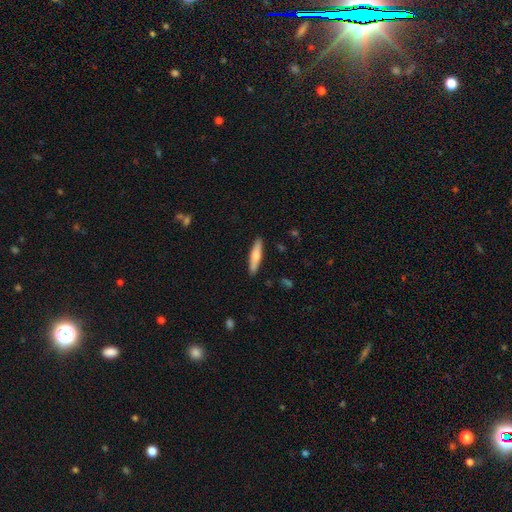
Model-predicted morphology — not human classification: Overall: smooth (64%; featured or disk 30%). How rounded: cigar-shaped (83%). Merging: none (90%).